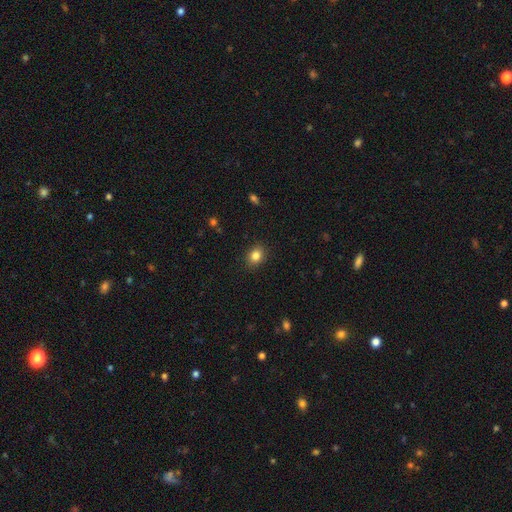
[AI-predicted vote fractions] A smooth galaxy with no disk features (83%) that is in between round and cigar-shaped (50%). Merging: none (89%).